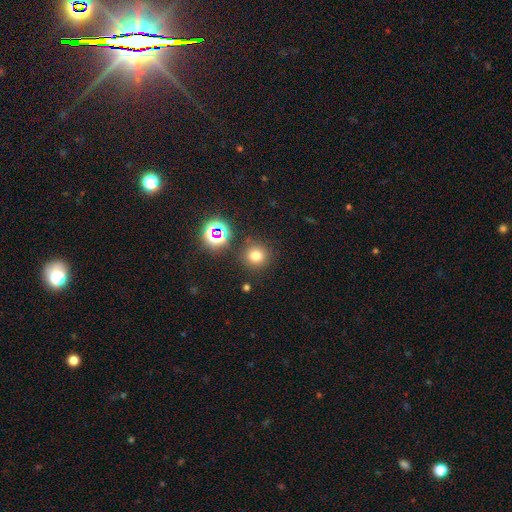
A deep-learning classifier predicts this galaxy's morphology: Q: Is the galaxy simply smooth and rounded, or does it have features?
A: smooth — 71%.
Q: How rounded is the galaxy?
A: round — 93%.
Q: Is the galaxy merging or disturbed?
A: none — 85%.